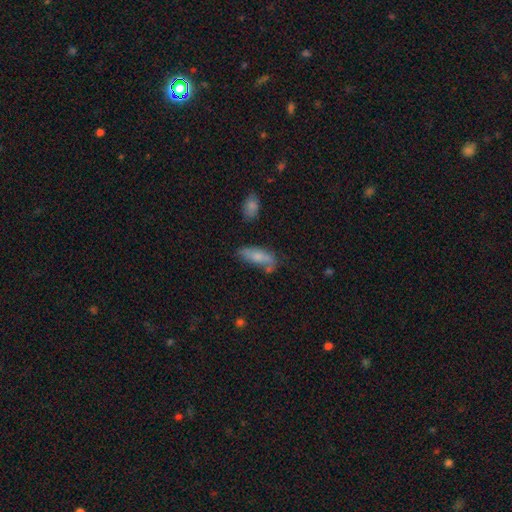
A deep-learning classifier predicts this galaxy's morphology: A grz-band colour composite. It shows a smooth galaxy with no disk features (65%) that is in between round and cigar-shaped (63%). Merging: none (52%).